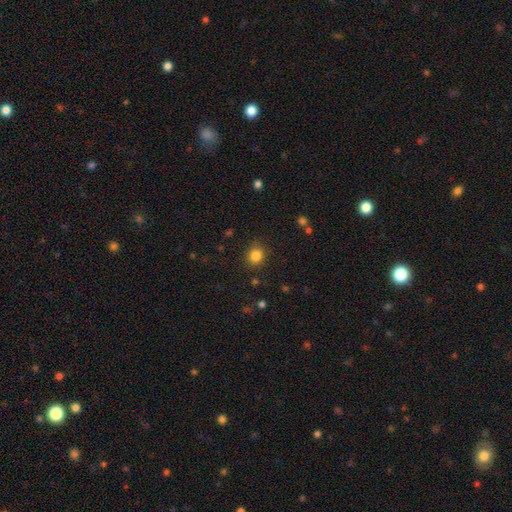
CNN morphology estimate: This appears to be a smooth galaxy with no disk features (84%) that is round (81%). Merging: none (86%).